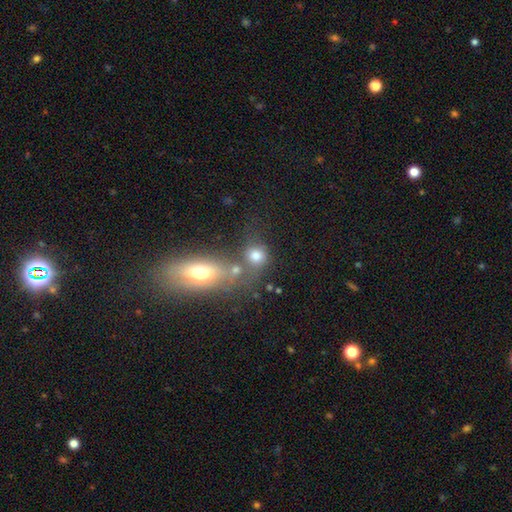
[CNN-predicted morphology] A smooth galaxy with no disk features (74%) that is round (69%). Merging: none (41%).